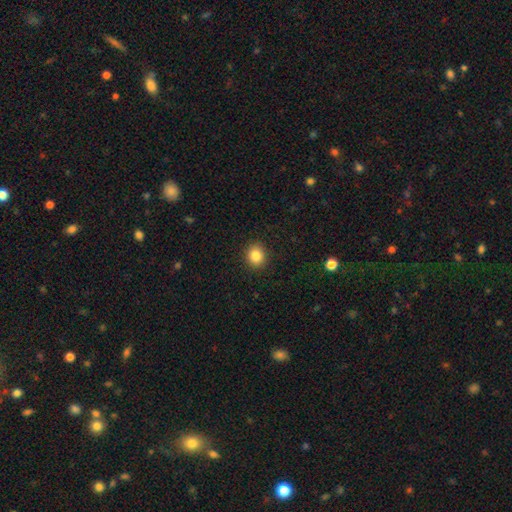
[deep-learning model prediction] Smooth or featured? Predicted: smooth (p=0.85). How rounded? Predicted: round (p=0.76). Merging? Predicted: none (p=0.91).